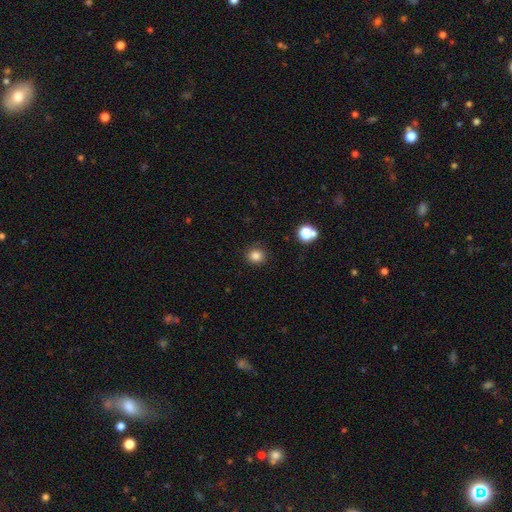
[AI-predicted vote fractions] Smooth or featured? Predicted: smooth (p=0.83). How rounded? Predicted: round (p=0.85). Merging? Predicted: none (p=0.89).